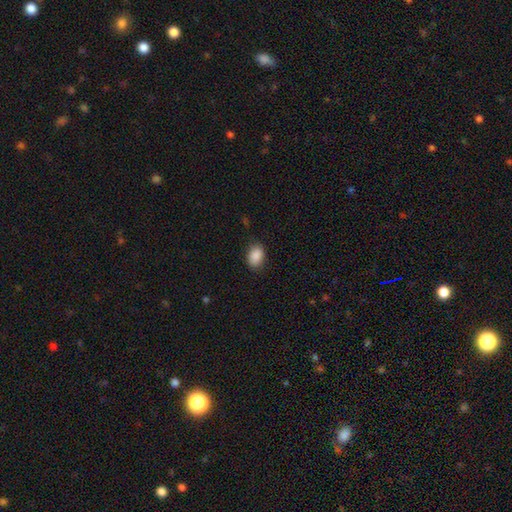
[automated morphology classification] smooth-or-featured: smooth: 89% | star or artifact: 8% | featured or disk: 3%
  how-rounded: in between: 80% | round: 18% | cigar-shaped: 1%
  merging: none: 83% | minor disturbance: 13% | major disturbance: 3% | merger: 1%